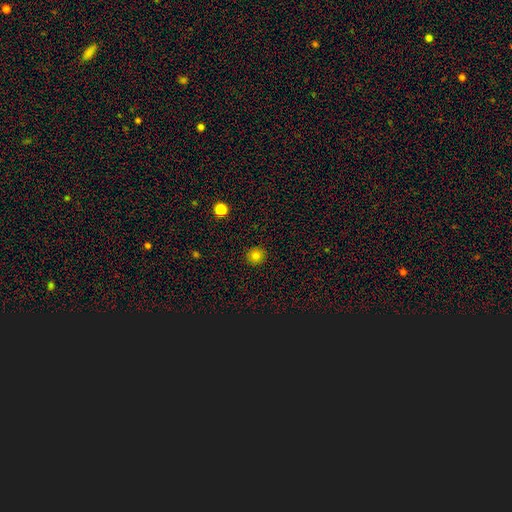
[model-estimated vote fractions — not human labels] A smooth galaxy with no disk features (80%) that is round (92%).

Vote fractions:
- Smooth or featured? smooth: 80% / star or artifact: 13% / featured or disk: 7%
- How rounded? round: 92% / in between: 7% / cigar-shaped: 1%
- Merging? none: 91% / minor disturbance: 6% / major disturbance: 2% / merger: 1%